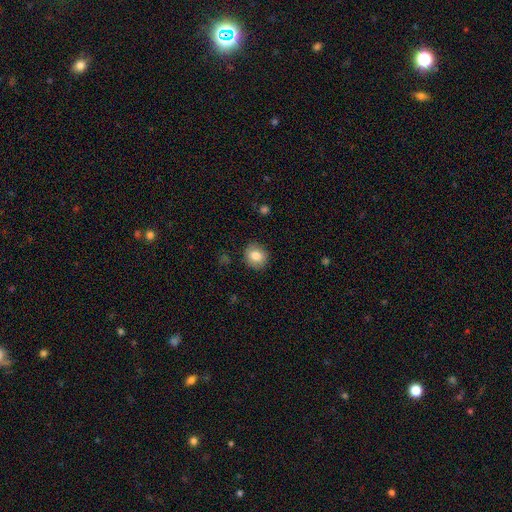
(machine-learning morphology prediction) Overall: smooth (82%). How rounded: round (73%). Merging: none (87%).